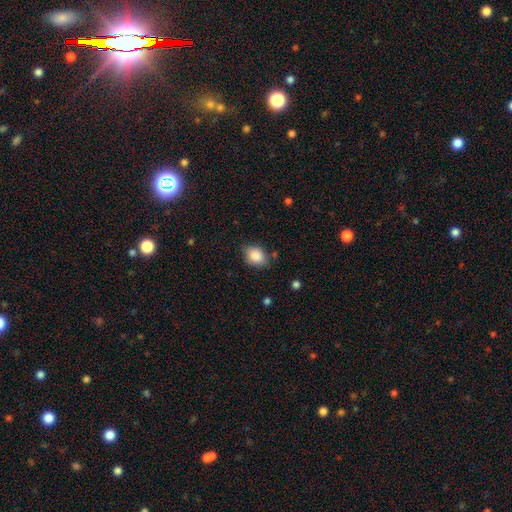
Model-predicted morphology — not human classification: smooth_or_featured: smooth (p=0.87) [alt: star or artifact p=0.08]
how_rounded: in between (p=0.71) [alt: round p=0.28]
merging: none (p=0.75) [alt: minor disturbance p=0.19]